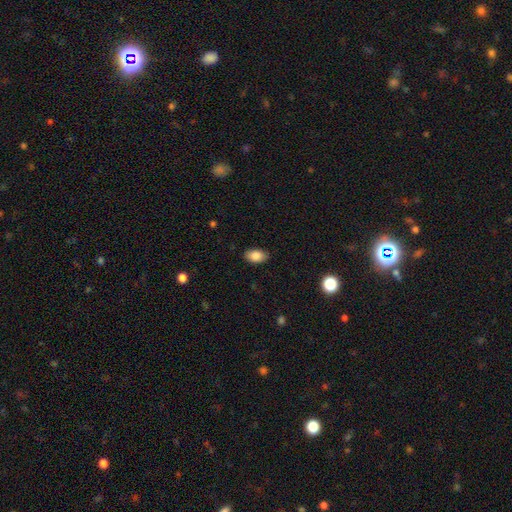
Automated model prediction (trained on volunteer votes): Q: Smooth or featured?
A: smooth (86%); runner-up: star or artifact (8%)
Q: How rounded?
A: in between (93%); runner-up: round (5%)
Q: Merging?
A: none (86%); runner-up: minor disturbance (11%)